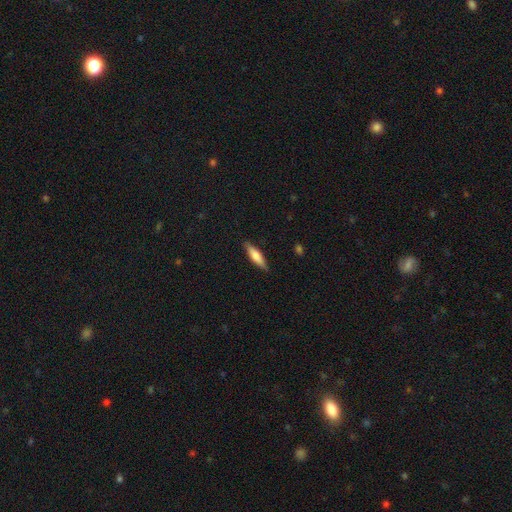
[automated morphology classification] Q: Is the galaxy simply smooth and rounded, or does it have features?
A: smooth — 65%.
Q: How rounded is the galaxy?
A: cigar-shaped — 70%.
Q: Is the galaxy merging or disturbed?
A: none — 87%.